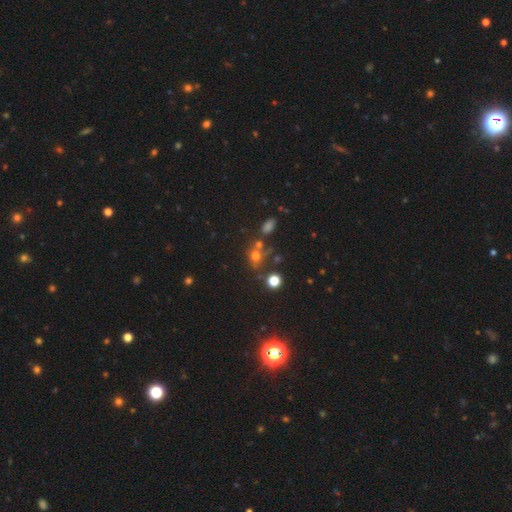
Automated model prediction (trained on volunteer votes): Smooth or featured? Predicted: smooth (p=0.64). How rounded? Predicted: round (p=0.71). Merging? Predicted: none (p=0.52).